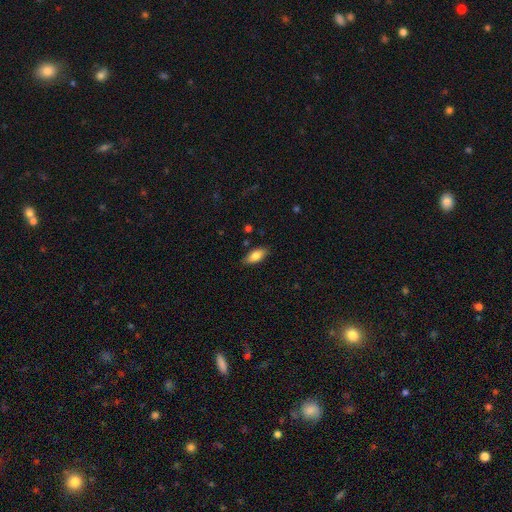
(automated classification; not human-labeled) Smooth or featured?
  - smooth: 82% *
  - featured or disk: 11%
  - star or artifact: 7%
How rounded?
  - in between: 85% *
  - cigar-shaped: 13%
  - round: 2%
Merging?
  - none: 84% *
  - minor disturbance: 12%
  - major disturbance: 2%
  - merger: 1%